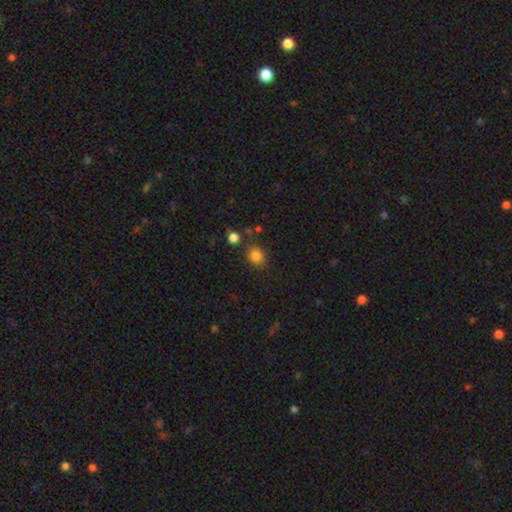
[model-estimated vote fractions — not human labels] A smooth galaxy with no disk features (83%) that is round (74%).

Vote fractions:
- Smooth or featured? smooth: 83% / star or artifact: 12% / featured or disk: 5%
- How rounded? round: 74% / in between: 25% / cigar-shaped: 1%
- Merging? none: 79% / minor disturbance: 11% / merger: 6% / major disturbance: 4%